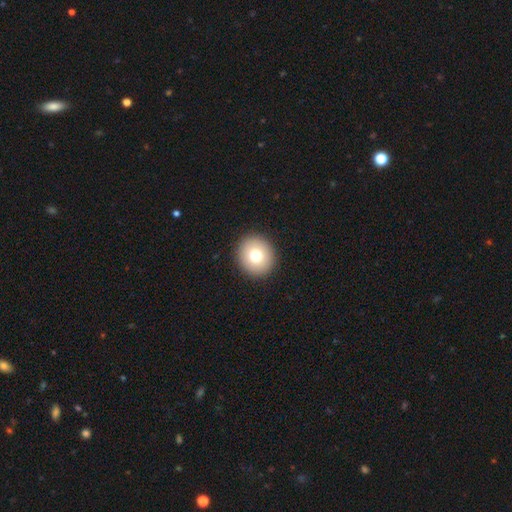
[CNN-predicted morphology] The model was most divided on "smooth or featured": smooth: 76%, featured or disk: 14%, star or artifact: 10%. More confident: merging — none (93%); how rounded — round (88%).